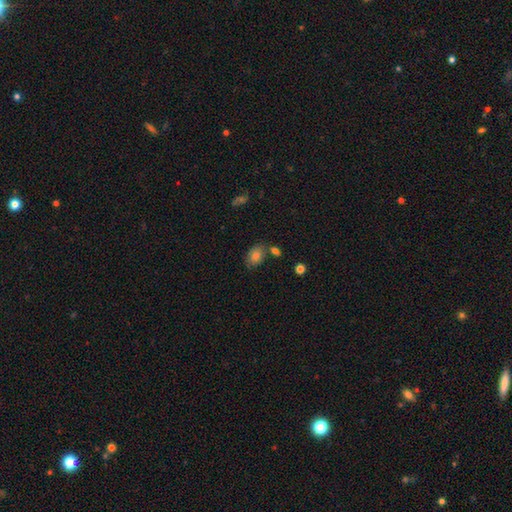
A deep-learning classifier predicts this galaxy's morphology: Smooth or featured? smooth (81%)
How rounded? in between (83%)
Merging? none (67%)